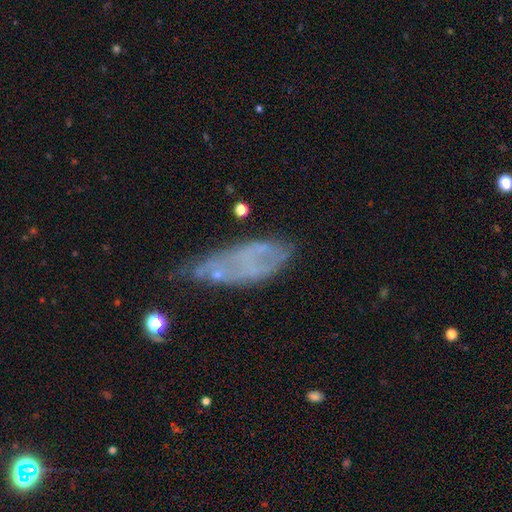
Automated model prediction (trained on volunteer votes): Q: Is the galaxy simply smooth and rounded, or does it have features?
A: featured or disk — 49%.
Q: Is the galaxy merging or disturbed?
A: none — 39%.